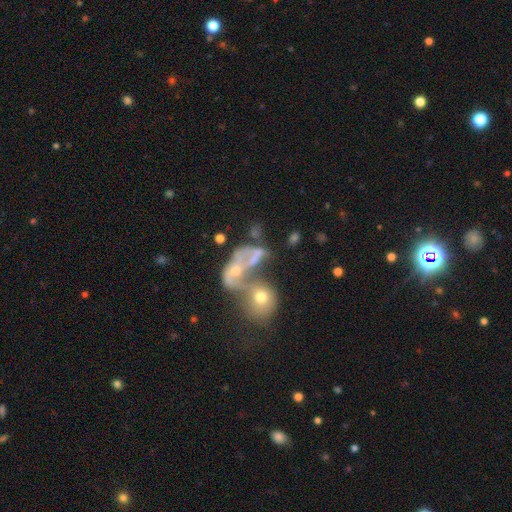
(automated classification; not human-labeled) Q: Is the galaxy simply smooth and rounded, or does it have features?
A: featured or disk — 43%.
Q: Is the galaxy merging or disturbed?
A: merger — 67%.